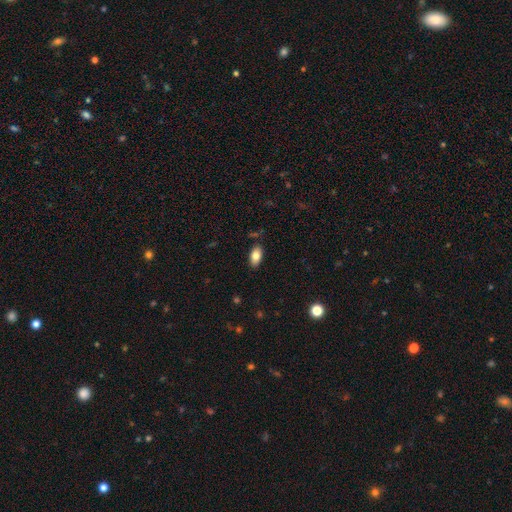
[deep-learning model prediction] Morphology: type=smooth (82%); roundness=in between (93%); merging=none (85%).